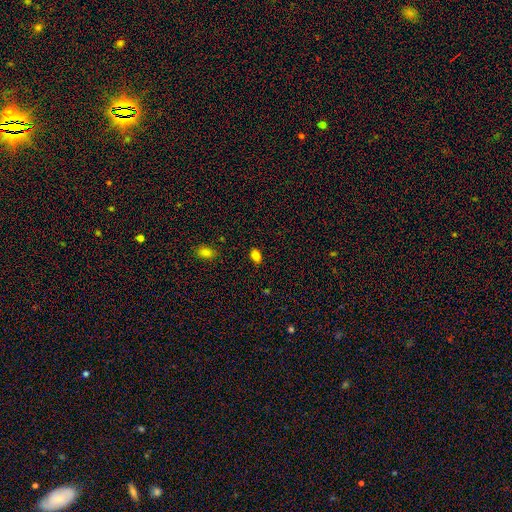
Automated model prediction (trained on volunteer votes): Q: Smooth or featured?
A: smooth (84%); runner-up: star or artifact (11%)
Q: How rounded?
A: in between (81%); runner-up: round (17%)
Q: Merging?
A: none (86%); runner-up: minor disturbance (10%)